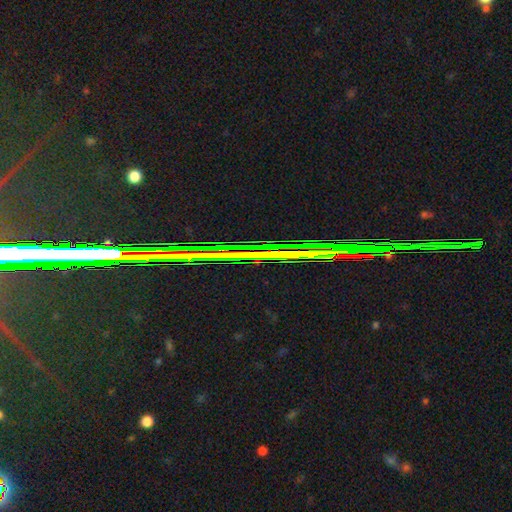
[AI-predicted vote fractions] Smooth or featured? star or artifact (80%)